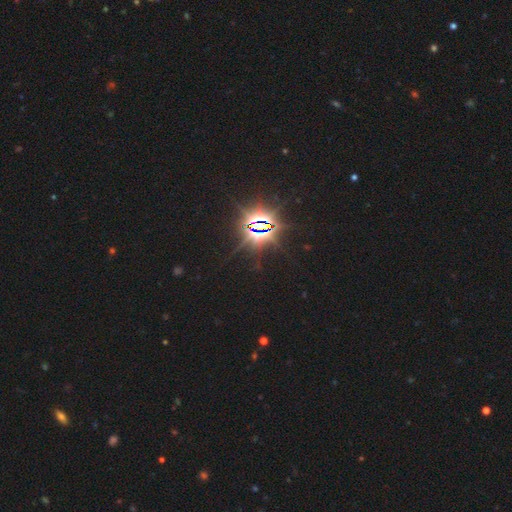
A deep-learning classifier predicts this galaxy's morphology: Smooth or featured? star or artifact (88%)